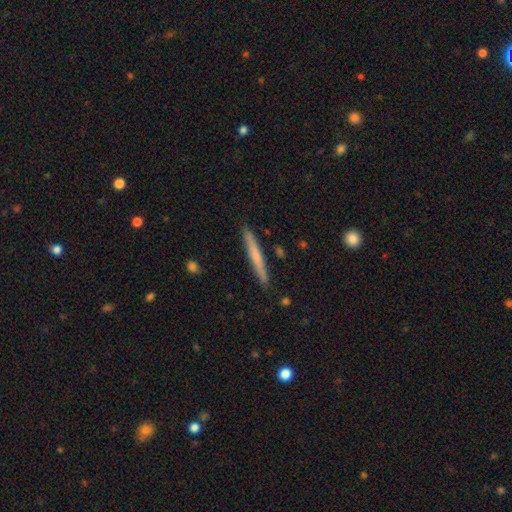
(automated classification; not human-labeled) smooth 58%, featured or disk 37%, star or artifact 6%. Down the decision tree: how rounded — cigar-shaped (96%); merging — none (90%).